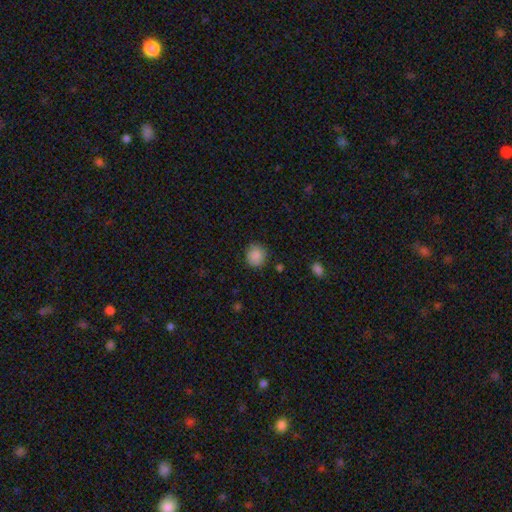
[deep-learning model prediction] Q: Smooth or featured?
A: smooth (87%); runner-up: star or artifact (9%)
Q: How rounded?
A: round (87%); runner-up: in between (12%)
Q: Merging?
A: none (86%); runner-up: minor disturbance (10%)